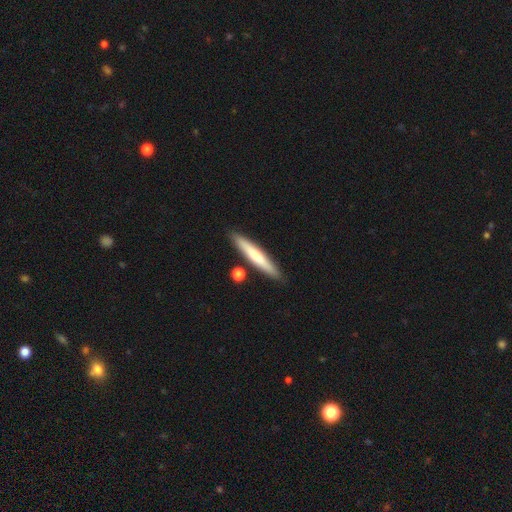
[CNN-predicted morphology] smooth_or_featured: smooth (p=0.66) [alt: featured or disk p=0.28]
how_rounded: cigar-shaped (p=0.93) [alt: in between p=0.06]
merging: none (p=0.85) [alt: minor disturbance p=0.09]